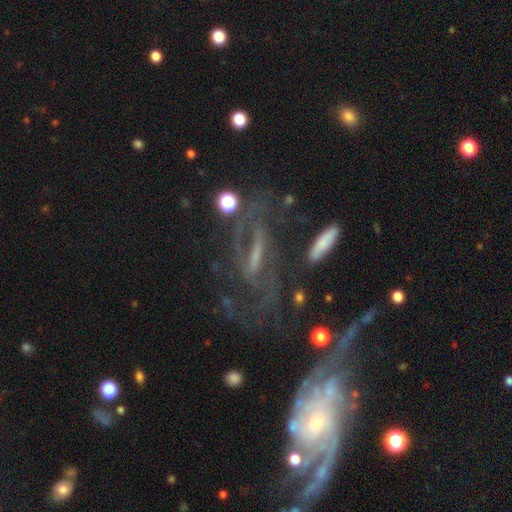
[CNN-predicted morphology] This is likely a featured or disk galaxy (75%). It is clearly not viewed edge-on (85%). Bar: possibly strong (48%). Spiral arm pattern: clearly yes (80%). Spiral arm count: possibly 2 (56%). Spiral winding: marginally medium (44%). Central bulge: marginally small (38%). Merging: possibly none (54%).